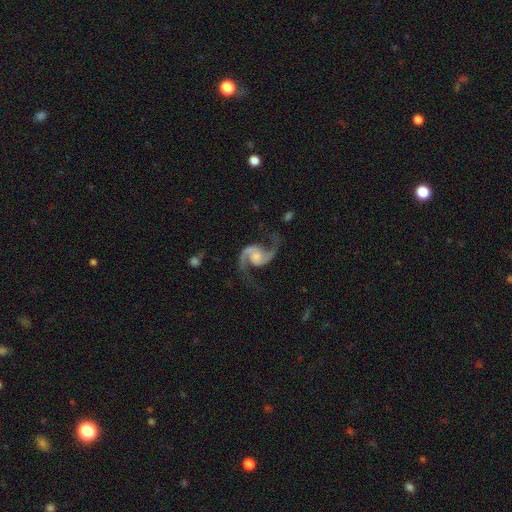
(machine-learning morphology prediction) A featured or disk galaxy (93%) with no bar (62%), 2 (94%) medium (46%, tied with loose) spiral arms (98%) and a moderate central bulge (37%). Merging: none (75%).